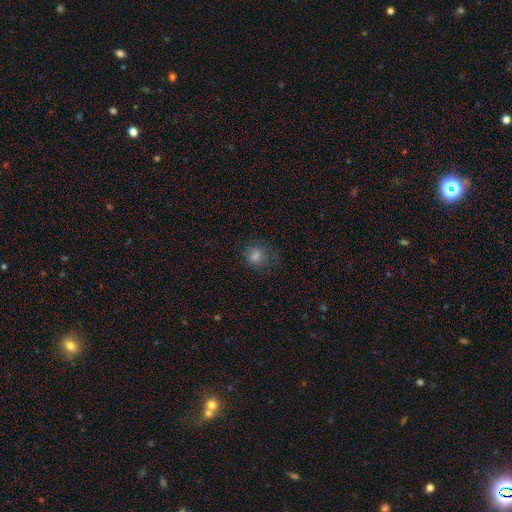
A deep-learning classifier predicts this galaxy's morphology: smooth_or_featured: smooth (p=0.69) [alt: star or artifact p=0.19]
how_rounded: round (p=0.68) [alt: in between p=0.31]
merging: none (p=0.66) [alt: minor disturbance p=0.20]